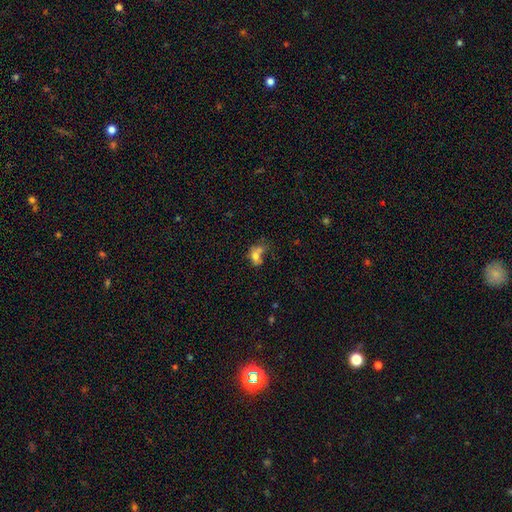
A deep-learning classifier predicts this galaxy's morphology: Smooth or featured? smooth (67%)
How rounded? in between (63%)
Merging? merger (42%)